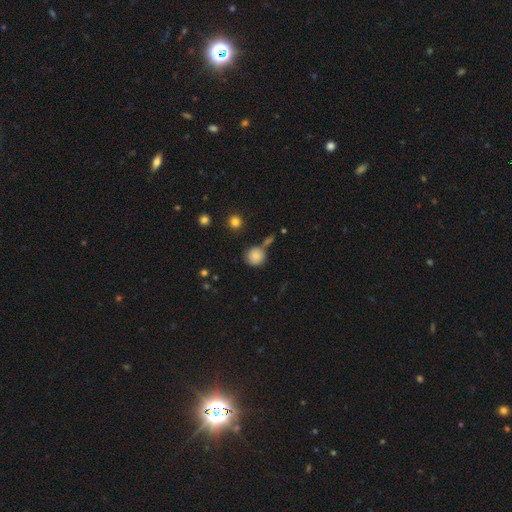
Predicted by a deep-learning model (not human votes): Overall: smooth (83%). How rounded: round (91%). Merging: none (68%).